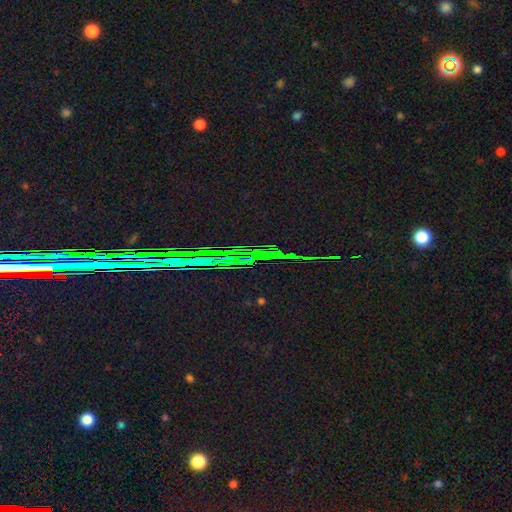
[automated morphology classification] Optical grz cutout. It shows a star or artifact, not a galaxy (85%).